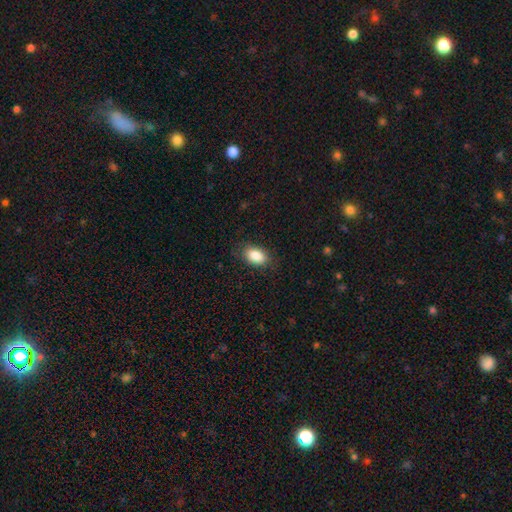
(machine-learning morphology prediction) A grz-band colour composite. It shows a smooth galaxy with no disk features (88%) that is in between round and cigar-shaped (90%). Merging: none (82%).